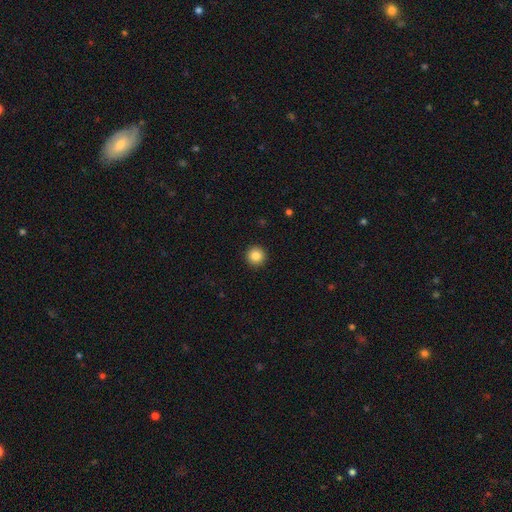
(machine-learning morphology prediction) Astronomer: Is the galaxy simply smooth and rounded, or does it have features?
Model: smooth — 86%.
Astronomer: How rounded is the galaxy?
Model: round — 96%.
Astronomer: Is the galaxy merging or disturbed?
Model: none — 93%.